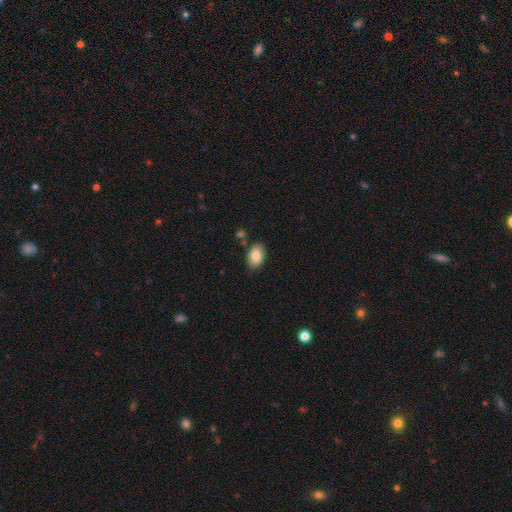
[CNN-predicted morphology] smooth-or-featured: smooth: 84% | featured or disk: 9% | star or artifact: 7%
  how-rounded: in between: 89% | round: 10% | cigar-shaped: 1%
  merging: none: 82% | minor disturbance: 13% | merger: 3% | major disturbance: 2%